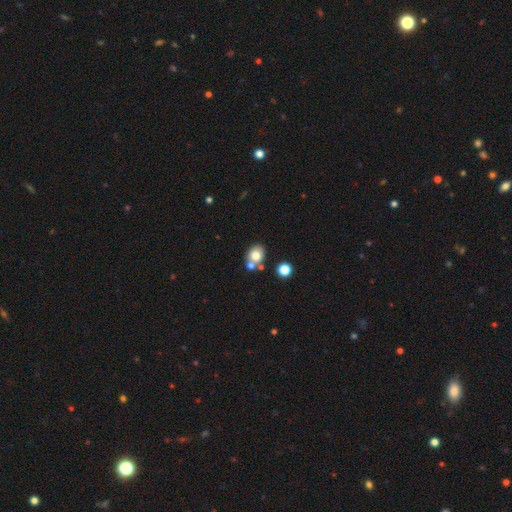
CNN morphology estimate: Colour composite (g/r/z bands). It shows a smooth galaxy with no disk features (76%) that is round (58%). Merging: none (55%).